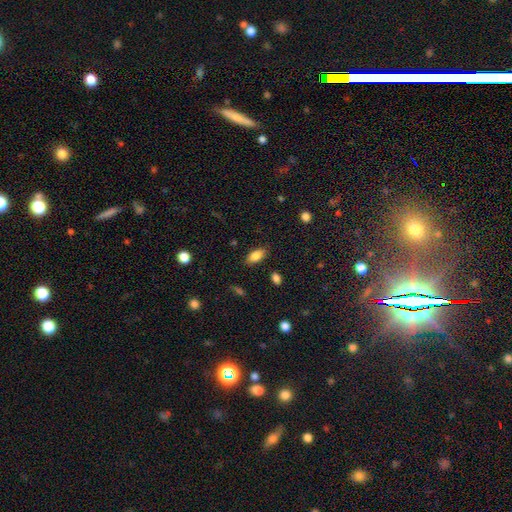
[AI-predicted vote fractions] Smooth or featured? Predicted: smooth (p=0.84). How rounded? Predicted: in between (p=0.90). Merging? Predicted: none (p=0.85).